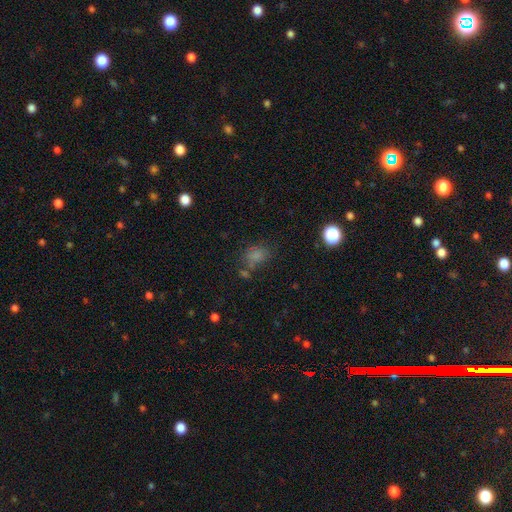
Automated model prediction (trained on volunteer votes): Overall: smooth (73%). How rounded: in between (63%; round 35%). Merging: none (59%).